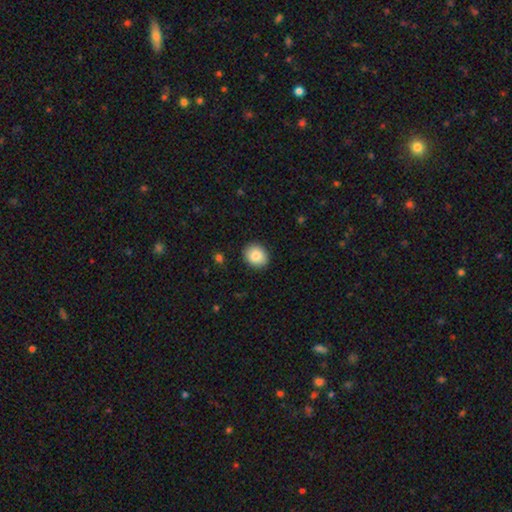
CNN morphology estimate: A smooth galaxy with no disk features (84%) that is round (67%).

Vote fractions:
- Smooth or featured? smooth: 84% / featured or disk: 8% / star or artifact: 8%
- How rounded? round: 67% / in between: 32% / cigar-shaped: 1%
- Merging? none: 90% / minor disturbance: 7% / major disturbance: 2% / merger: 1%